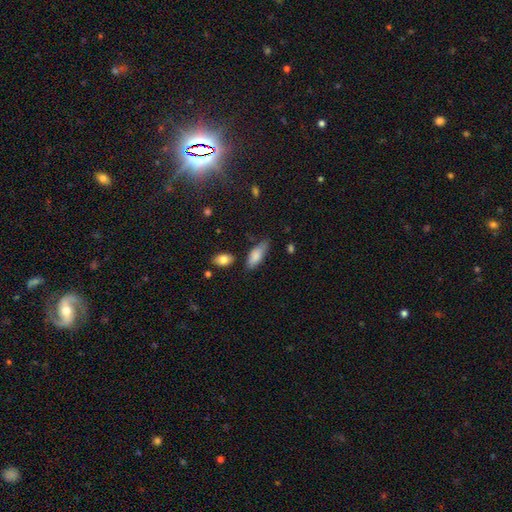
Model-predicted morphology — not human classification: A smooth galaxy with no disk features (82%) that is in between round and cigar-shaped (75%). Merging: none (62%).